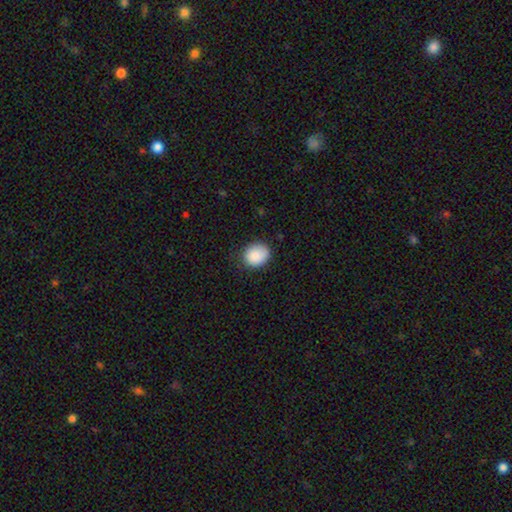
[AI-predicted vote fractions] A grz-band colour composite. It shows a smooth galaxy with no disk features (88%) that is round (61%). Merging: none (78%).